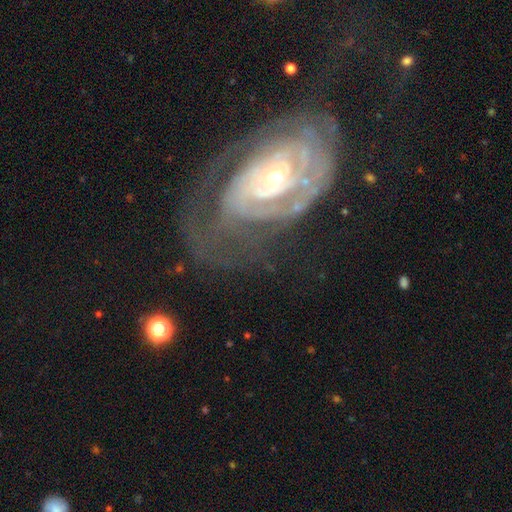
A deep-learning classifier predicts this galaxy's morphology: Smooth or featured? featured or disk (83%)
Edge-on disk? no (95%)
Bar? no (64%)
Spiral arms? yes (90%)
Spiral winding? tight (73%)
Spiral arm count? can't tell (47%)
Bulge size? small (67%)
Merging? none (56%)